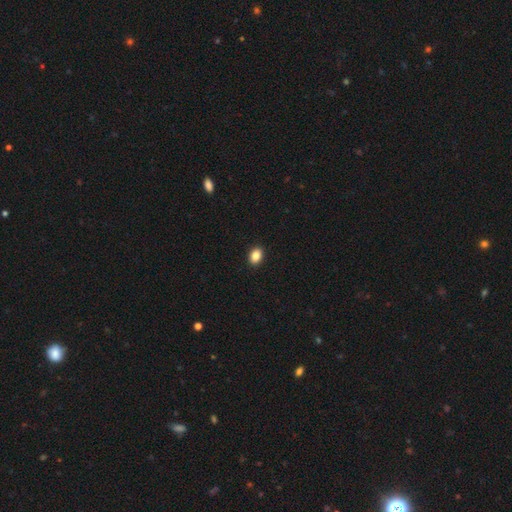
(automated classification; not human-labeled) Morphology: type=smooth (87%); roundness=in between (72%); merging=none (92%).